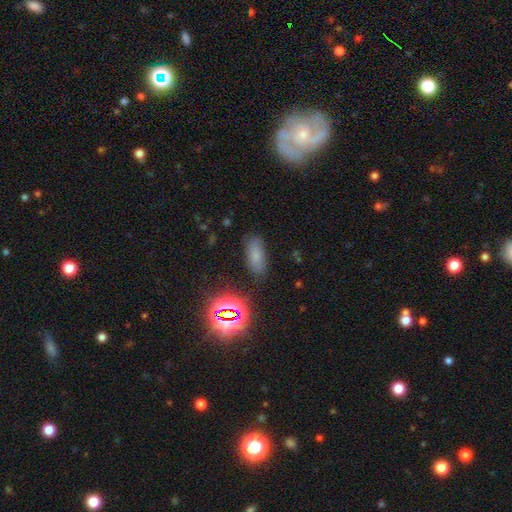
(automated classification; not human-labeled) Smooth or featured? smooth (65%)
How rounded? in between (79%)
Merging? none (77%)